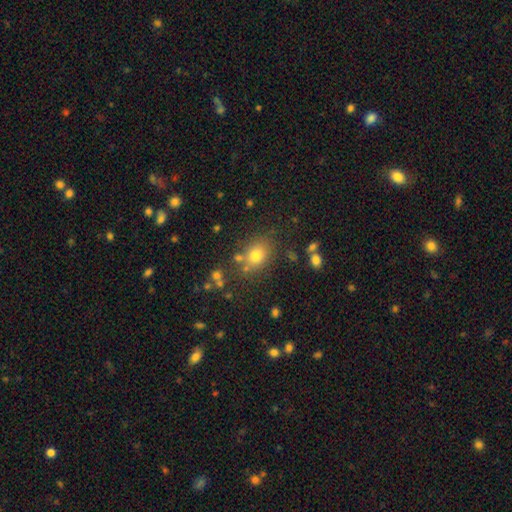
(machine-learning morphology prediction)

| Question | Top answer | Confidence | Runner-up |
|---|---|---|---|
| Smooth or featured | smooth | 73% | star or artifact (17%) |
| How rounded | round | 52% | in between (47%) |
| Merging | none | 75% | minor disturbance (13%) |